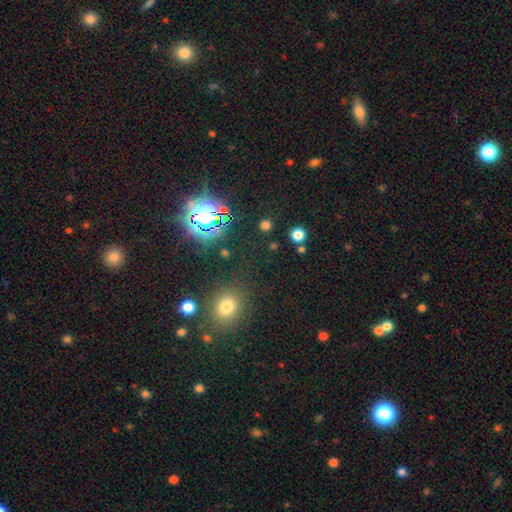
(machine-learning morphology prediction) Smooth or featured?
  - star or artifact: 51% *
  - smooth: 42%
  - featured or disk: 7%